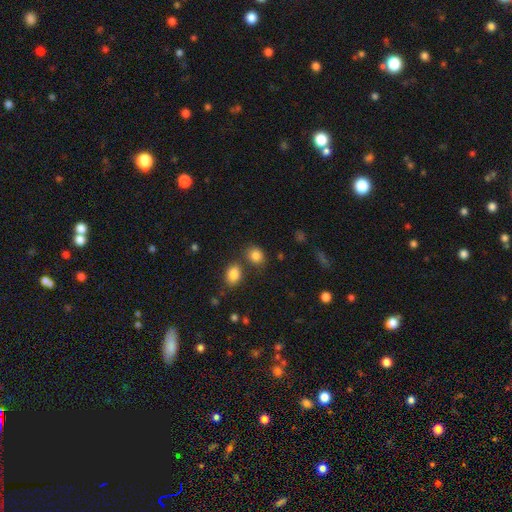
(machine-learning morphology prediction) type=smooth (84%); roundness=round (59%); merging=none (71%).